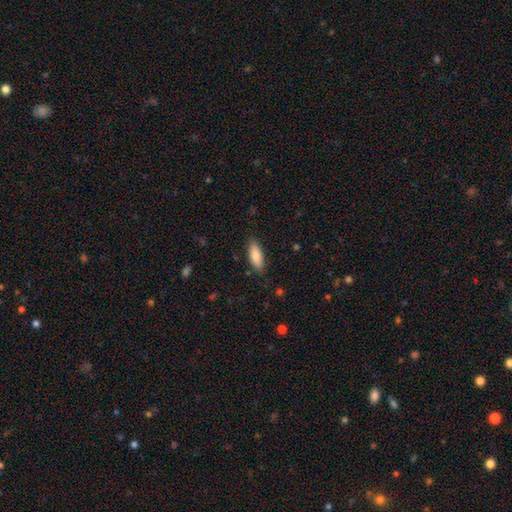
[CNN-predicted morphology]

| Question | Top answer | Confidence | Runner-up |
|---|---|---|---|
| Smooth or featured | smooth | 83% | featured or disk (10%) |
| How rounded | in between | 72% | cigar-shaped (26%) |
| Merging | none | 86% | minor disturbance (11%) |